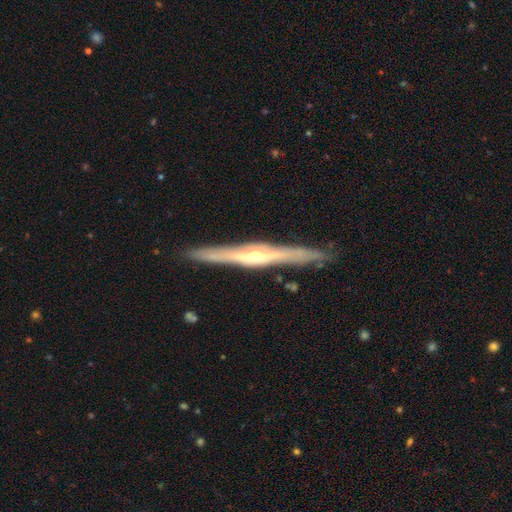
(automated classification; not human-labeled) smooth_or_featured: featured or disk (p=0.81) [alt: smooth p=0.13]
disk_edge_on: yes (p=0.96) [alt: no p=0.04]
edge_on_bulge: rounded (p=0.81) [alt: none p=0.13]
merging: none (p=0.89) [alt: minor disturbance p=0.08]